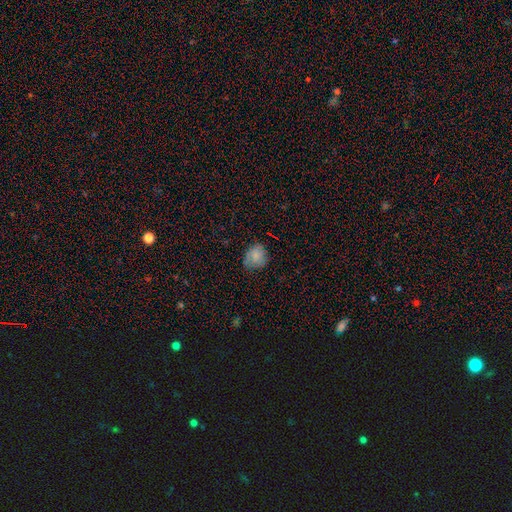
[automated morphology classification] A smooth galaxy with no disk features (79%) that is round (69%). Merging: none (68%).